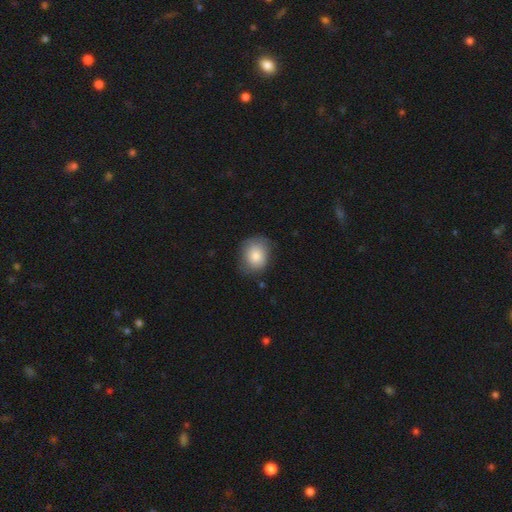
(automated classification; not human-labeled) Smooth or featured: smooth — 83% (featured or disk — 9%)
How rounded: round — 56% (in between — 43%)
Merging: none — 70% (minor disturbance — 22%)